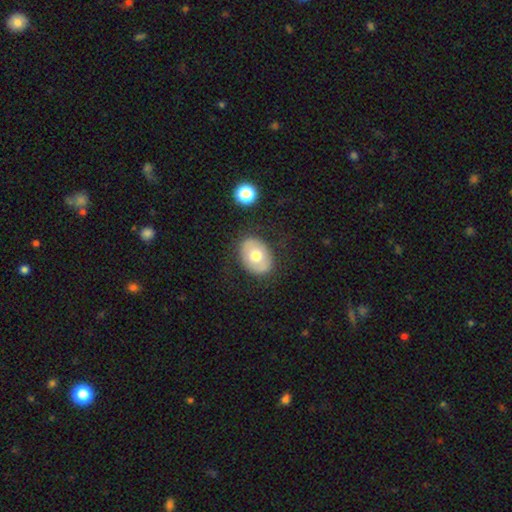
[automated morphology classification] smooth_or_featured: smooth (p=0.61) [alt: featured or disk p=0.32]
how_rounded: in between (p=0.66) [alt: round p=0.33]
merging: none (p=0.82) [alt: minor disturbance p=0.12]